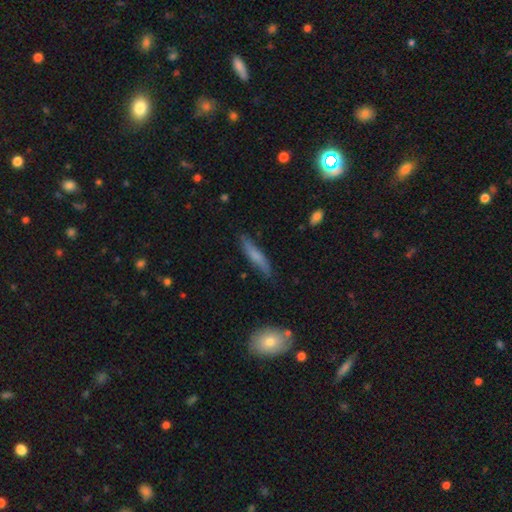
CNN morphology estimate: smooth 62%, featured or disk 31%, star or artifact 7%. Down the decision tree: how rounded — cigar-shaped (88%); merging — none (81%).